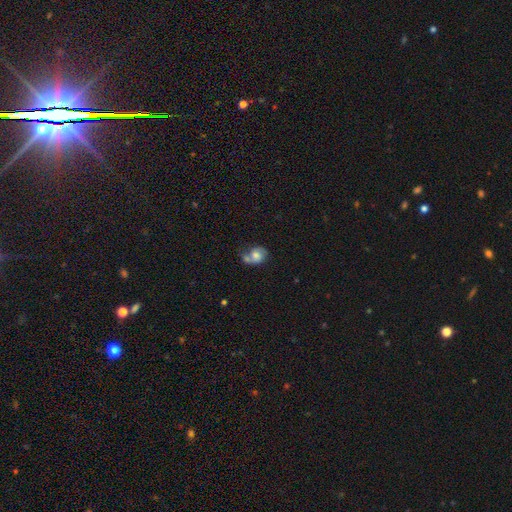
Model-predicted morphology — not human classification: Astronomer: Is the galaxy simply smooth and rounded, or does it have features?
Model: featured or disk — 46% (runner-up: smooth, 44%).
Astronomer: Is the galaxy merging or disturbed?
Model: none — 36% (runner-up: merger, 31%).